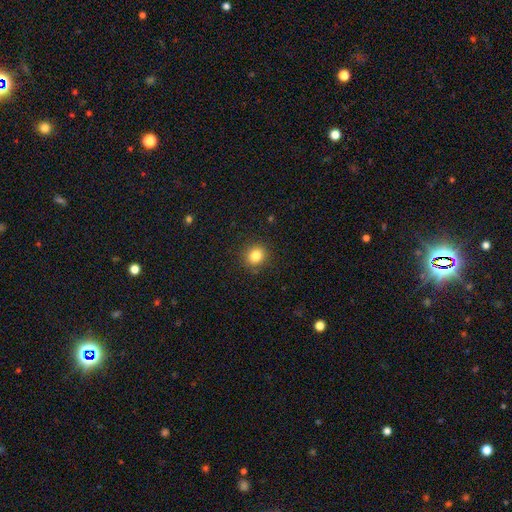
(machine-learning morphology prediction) smooth 83%, star or artifact 11%, featured or disk 6%. Down the decision tree: how rounded — round (79%); merging — none (89%).